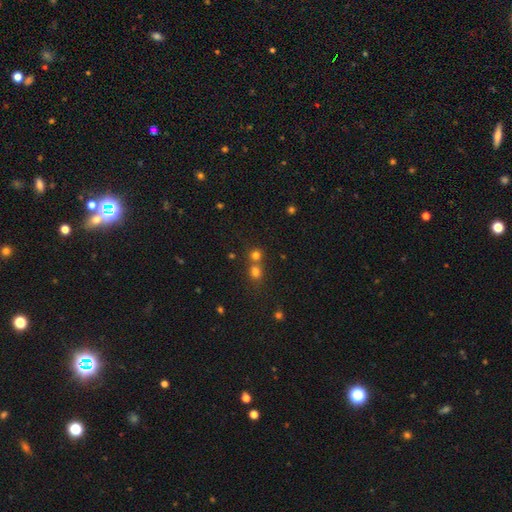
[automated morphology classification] Q: Smooth or featured?
A: smooth (73%); runner-up: star or artifact (19%)
Q: How rounded?
A: round (85%); runner-up: in between (14%)
Q: Merging?
A: none (48%); runner-up: merger (45%)